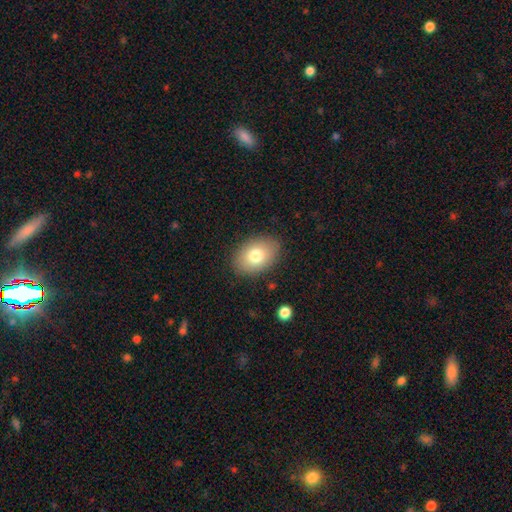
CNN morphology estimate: Smooth or featured: smooth — 78% (featured or disk — 14%)
How rounded: in between — 82% (round — 17%)
Merging: none — 87% (minor disturbance — 10%)